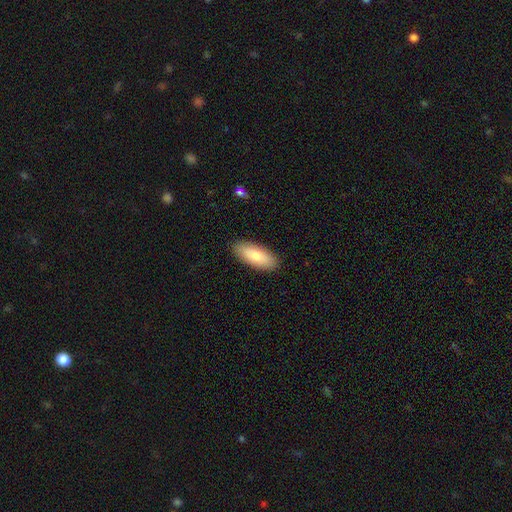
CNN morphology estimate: The model was most divided on "how rounded": in between: 79%, cigar-shaped: 19%, round: 2%. More confident: merging — none (89%); smooth or featured — smooth (82%).